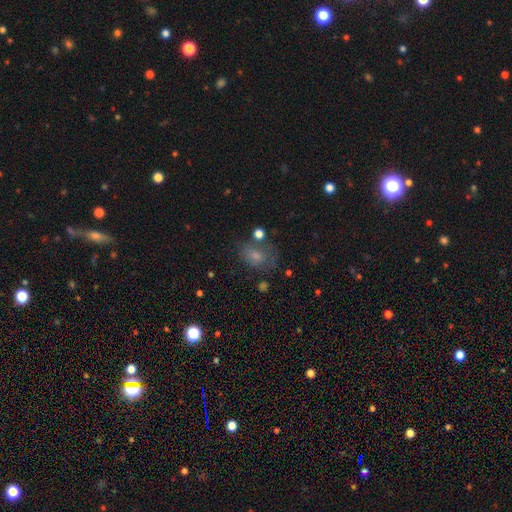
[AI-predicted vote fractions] Morphology: type=smooth (64%); roundness=in between (63%); merging=none (51%).